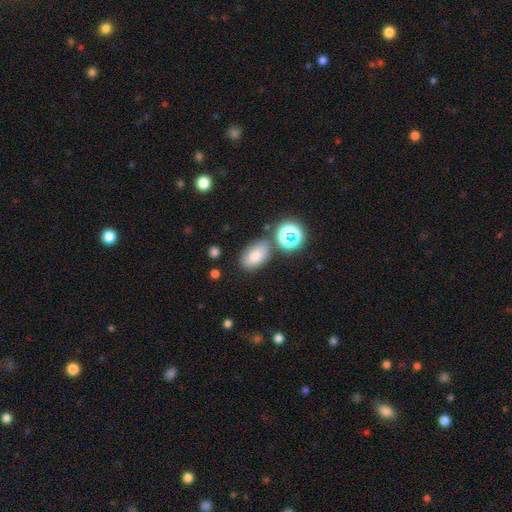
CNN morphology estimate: A smooth galaxy with no disk features (73%) that is in between round and cigar-shaped (85%).

Vote fractions:
- Smooth or featured? smooth: 73% / star or artifact: 16% / featured or disk: 12%
- How rounded? in between: 85% / round: 13% / cigar-shaped: 2%
- Merging? none: 70% / minor disturbance: 16% / merger: 9% / major disturbance: 5%